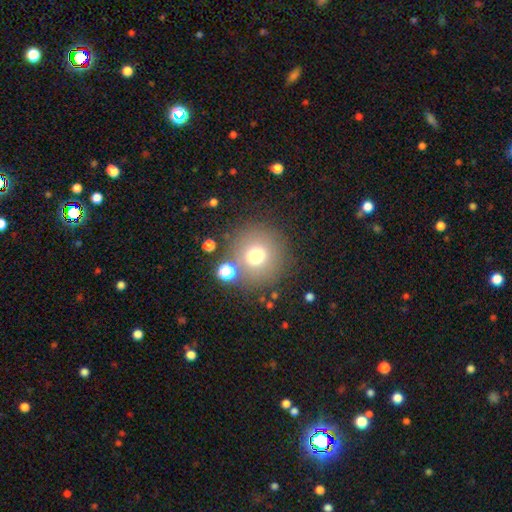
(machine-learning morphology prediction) smooth_or_featured: smooth (p=0.69) [alt: star or artifact p=0.18]
how_rounded: round (p=0.94) [alt: in between p=0.05]
merging: none (p=0.81) [alt: minor disturbance p=0.08]